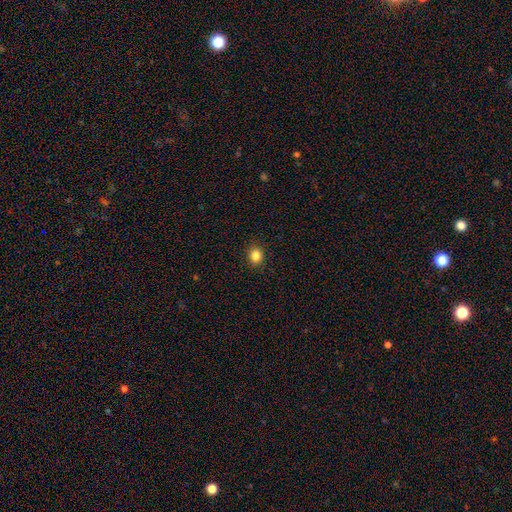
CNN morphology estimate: The model was most divided on "how rounded": round: 70%, in between: 29%, cigar-shaped: 1%. More confident: merging — none (91%); smooth or featured — smooth (84%).